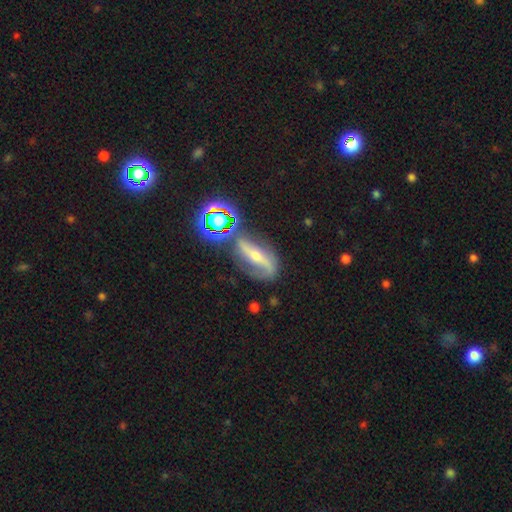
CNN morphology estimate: Smooth or featured? Predicted: featured or disk (p=0.70). Edge-on disk? Predicted: no (p=0.79). Bar? Predicted: strong (p=0.59). Spiral arms? Predicted: yes (p=0.84). Bulge size? Predicted: small (p=0.49). Merging? Predicted: none (p=0.63).